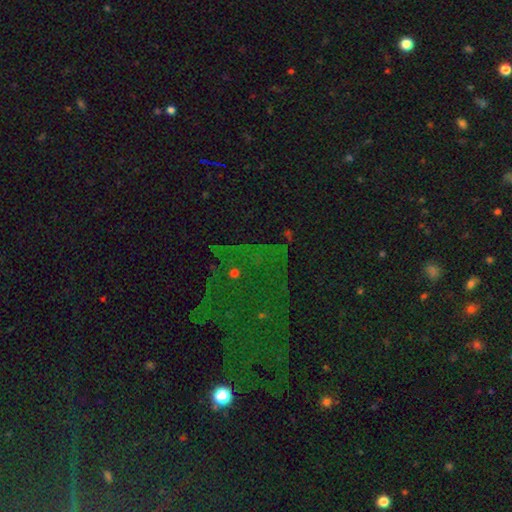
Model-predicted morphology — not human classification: star or artifact 74%, smooth 14%, featured or disk 12%.